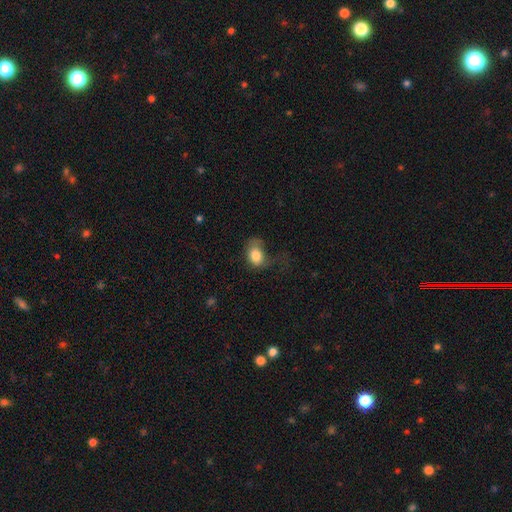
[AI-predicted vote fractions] smooth-or-featured: smooth: 80% | featured or disk: 12% | star or artifact: 8%
  how-rounded: in between: 67% | round: 32% | cigar-shaped: 1%
  merging: major disturbance: 39% | none: 29% | minor disturbance: 29% | merger: 3%